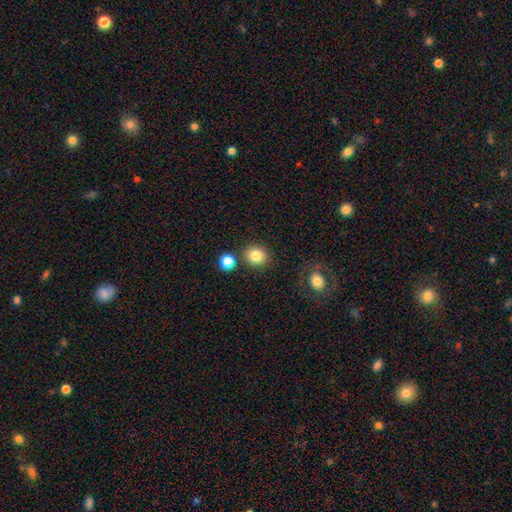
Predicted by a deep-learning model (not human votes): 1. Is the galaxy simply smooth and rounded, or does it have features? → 83% smooth, 11% star or artifact, 6% featured or disk.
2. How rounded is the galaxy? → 87% round, 12% in between, 1% cigar-shaped.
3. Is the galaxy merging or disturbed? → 81% none, 8% minor disturbance, 8% merger, 3% major disturbance.